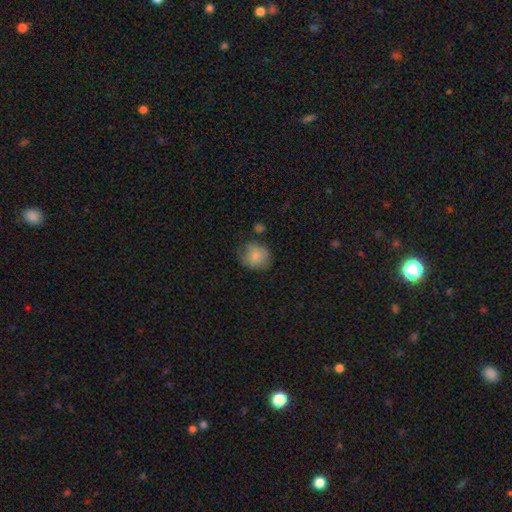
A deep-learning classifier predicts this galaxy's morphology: A smooth galaxy with no disk features (81%) that is round (75%). Merging: none (60%).